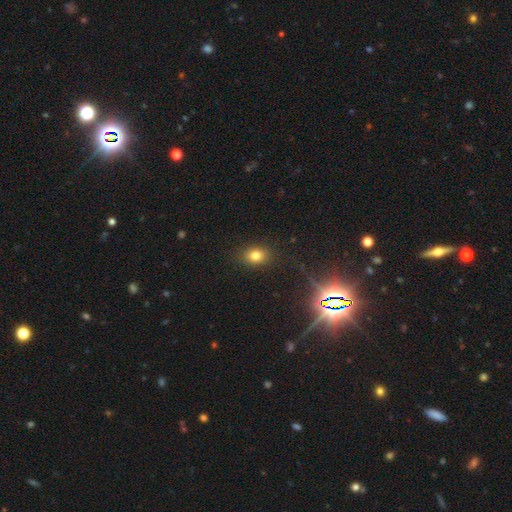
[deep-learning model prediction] This appears to be a smooth galaxy with no disk features (79%) that is in between round and cigar-shaped (63%). Merging: none (86%).